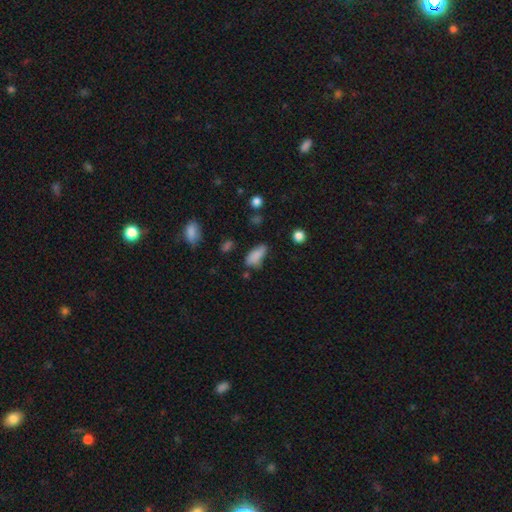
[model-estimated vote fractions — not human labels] smooth-or-featured: smooth: 82% | star or artifact: 9% | featured or disk: 8%
  how-rounded: in between: 80% | cigar-shaped: 16% | round: 3%
  merging: none: 51% | minor disturbance: 32% | major disturbance: 10% | merger: 6%